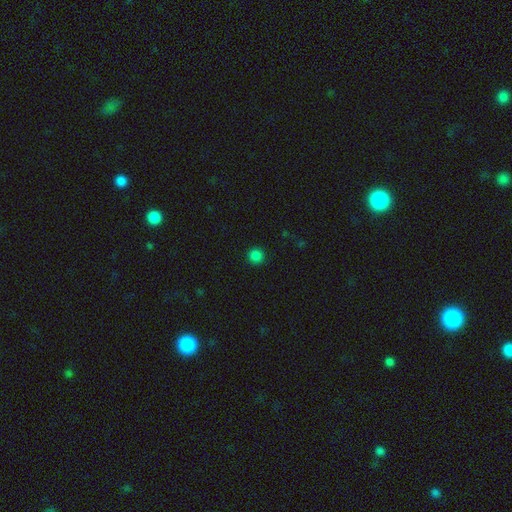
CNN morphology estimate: This appears to be a smooth galaxy with no disk features (84%) that is round (95%). Merging: none (92%).